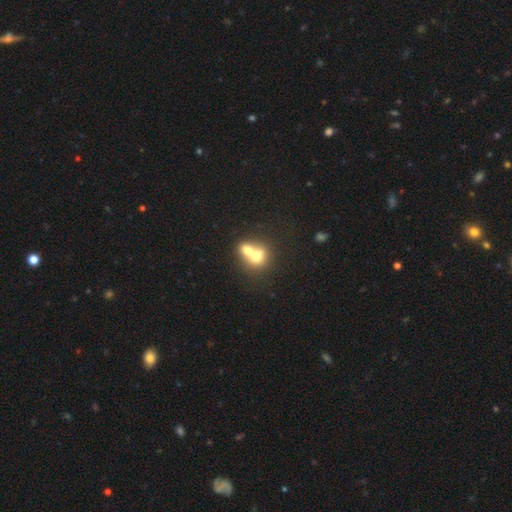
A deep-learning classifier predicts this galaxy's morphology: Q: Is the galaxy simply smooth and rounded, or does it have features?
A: smooth — 65%.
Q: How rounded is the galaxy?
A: round — 64%.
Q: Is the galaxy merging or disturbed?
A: merger — 73%.